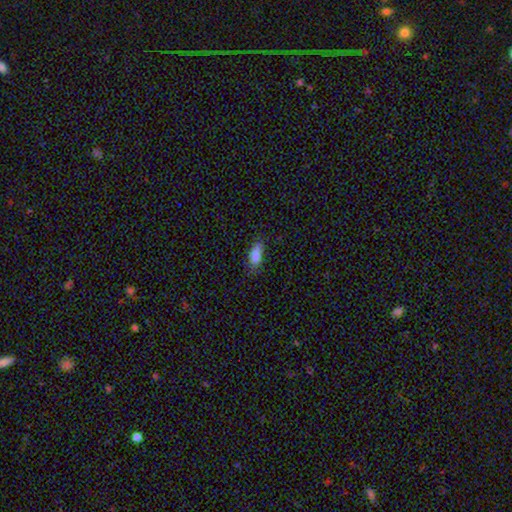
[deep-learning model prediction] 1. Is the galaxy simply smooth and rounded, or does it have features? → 84% smooth, 10% star or artifact, 6% featured or disk.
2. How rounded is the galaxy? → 83% in between, 14% cigar-shaped, 3% round.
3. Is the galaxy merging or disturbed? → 66% none, 26% minor disturbance, 6% major disturbance, 2% merger.